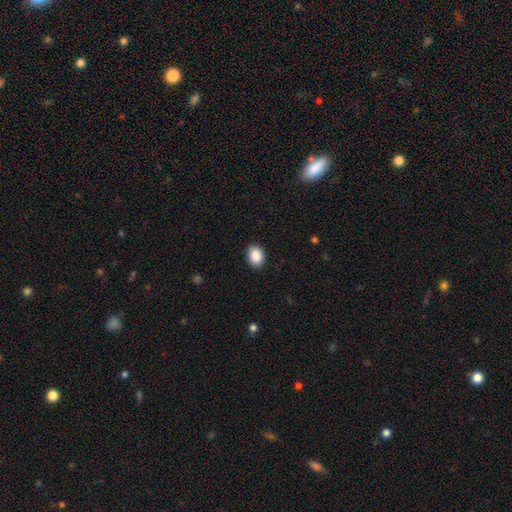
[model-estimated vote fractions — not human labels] This is clearly a smooth galaxy (89%). How rounded: likely in between (65%). Merging: clearly none (87%).